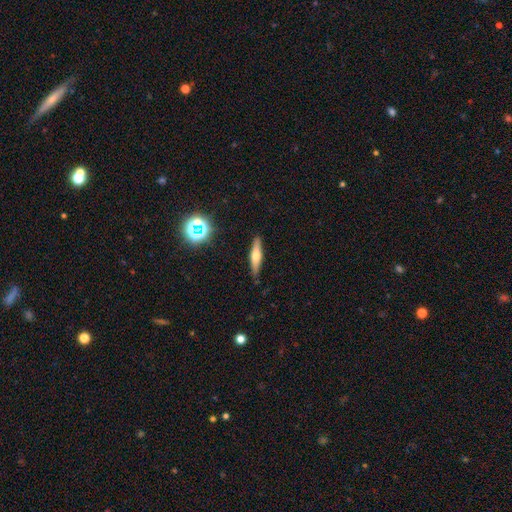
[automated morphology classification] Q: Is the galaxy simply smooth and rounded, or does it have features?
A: smooth — 49%.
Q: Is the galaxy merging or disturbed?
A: none — 87%.